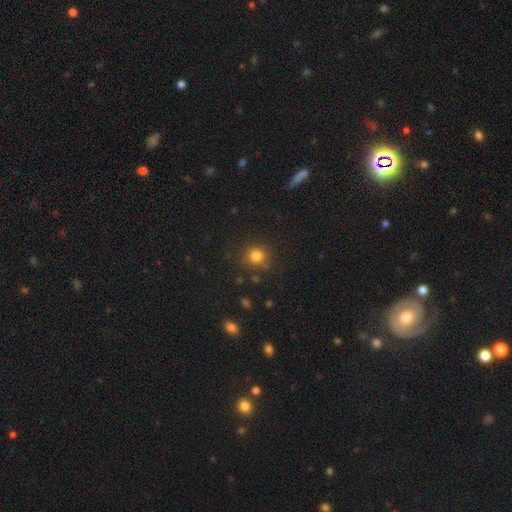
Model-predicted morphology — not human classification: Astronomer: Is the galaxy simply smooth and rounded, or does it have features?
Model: smooth — 80%.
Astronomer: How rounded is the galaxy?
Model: round — 87%.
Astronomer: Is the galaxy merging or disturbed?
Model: none — 82%.